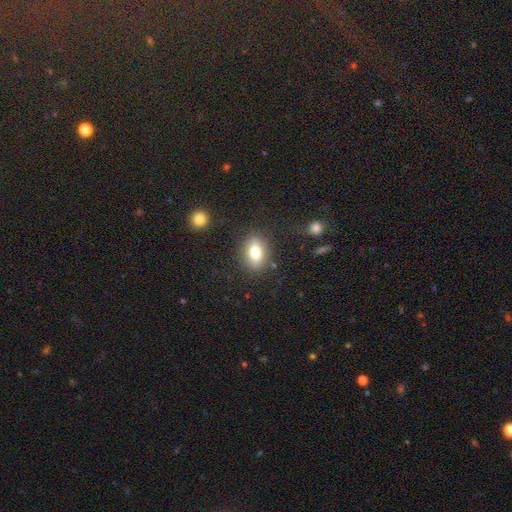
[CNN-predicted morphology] This appears to be a smooth galaxy with no disk features (72%) that is in between round and cigar-shaped (75%). Merging: none (83%).